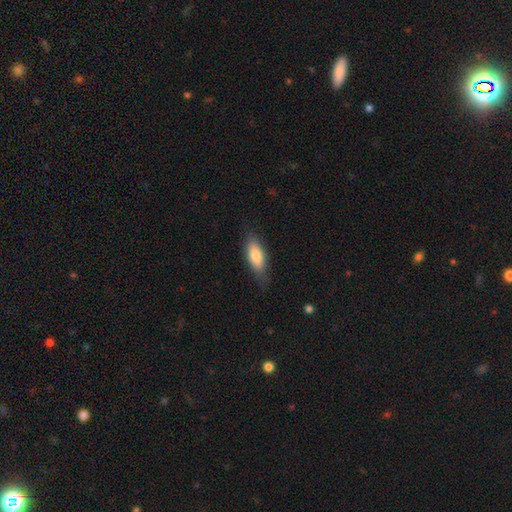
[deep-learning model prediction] smooth-or-featured: smooth: 78% | featured or disk: 16% | star or artifact: 6%
  how-rounded: in between: 74% | cigar-shaped: 24% | round: 2%
  merging: none: 72% | minor disturbance: 22% | major disturbance: 5% | merger: 1%